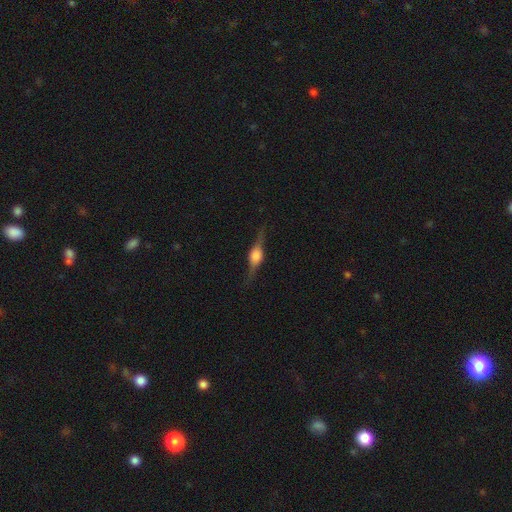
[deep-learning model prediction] This is likely a featured or disk galaxy (79%). It is clearly viewed edge-on (97%). Edge-on bulge: clearly rounded (88%). Merging: clearly none (86%).